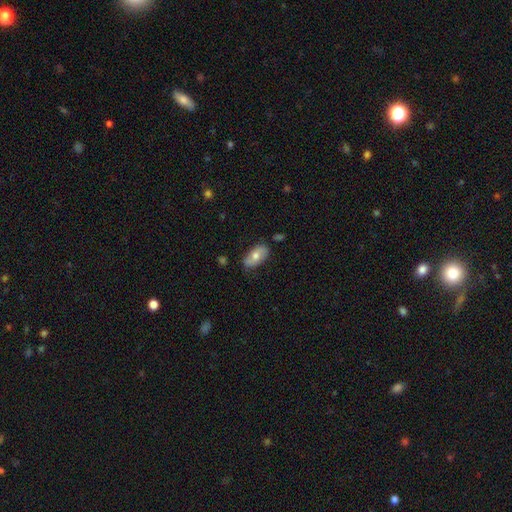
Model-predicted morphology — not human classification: Overall: smooth (64%; featured or disk 30%). How rounded: in between (92%). Merging: none (75%).